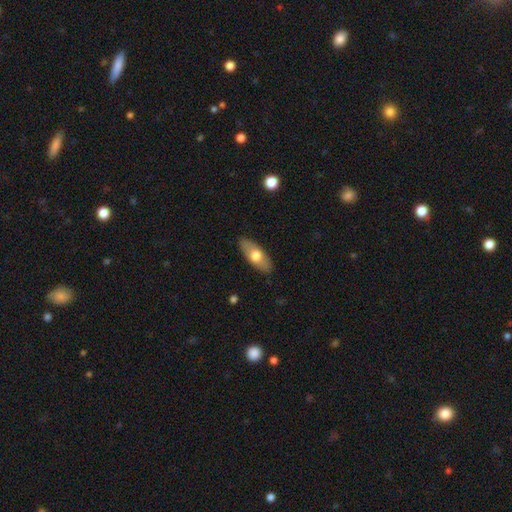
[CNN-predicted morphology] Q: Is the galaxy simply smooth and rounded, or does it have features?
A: smooth — 63%.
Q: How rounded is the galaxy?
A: in between — 79%.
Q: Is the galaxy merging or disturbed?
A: none — 87%.